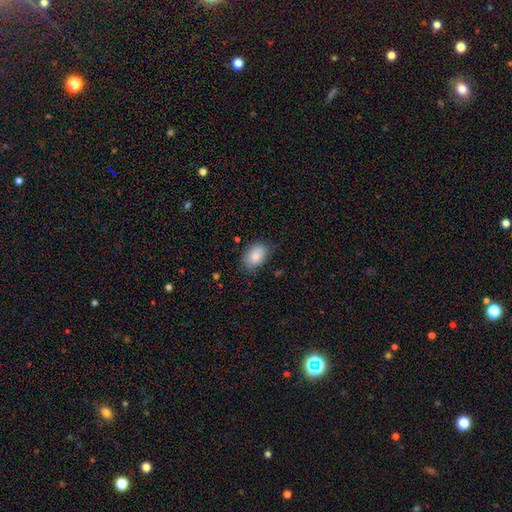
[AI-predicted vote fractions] A smooth galaxy with no disk features (84%) that is in between round and cigar-shaped (87%).

Vote fractions:
- Smooth or featured? smooth: 84% / featured or disk: 9% / star or artifact: 7%
- How rounded? in between: 87% / round: 12% / cigar-shaped: 1%
- Merging? none: 76% / minor disturbance: 19% / major disturbance: 4% / merger: 1%